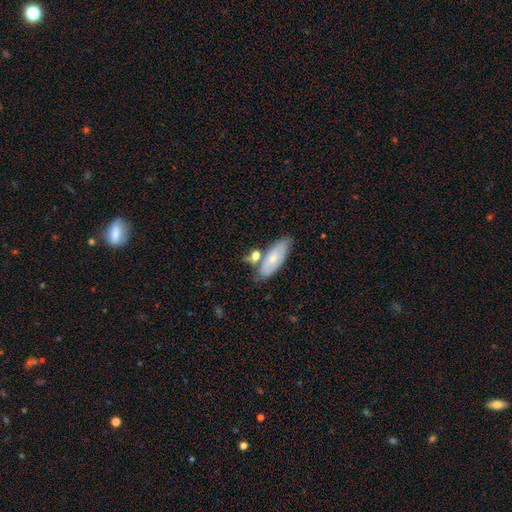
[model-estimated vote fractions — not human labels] smooth_or_featured: smooth (p=0.72) [alt: featured or disk p=0.20]
how_rounded: in between (p=0.59) [alt: round p=0.21]
merging: none (p=0.56) [alt: merger p=0.23]